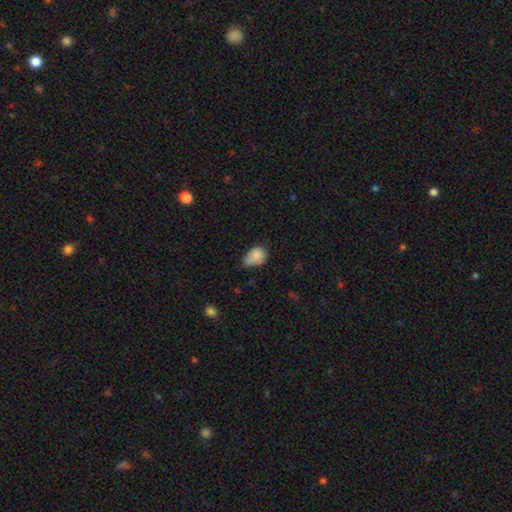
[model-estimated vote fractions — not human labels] smooth 81%, star or artifact 10%, featured or disk 9%. Down the decision tree: how rounded — in between (76%); merging — minor disturbance (48%).